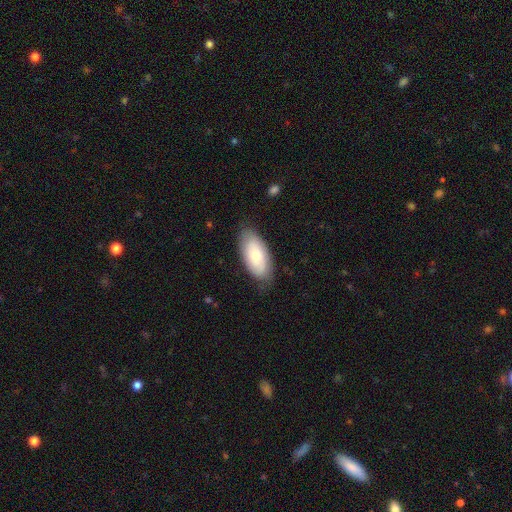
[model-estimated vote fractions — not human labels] Smooth or featured? smooth (65%)
How rounded? in between (92%)
Merging? none (78%)